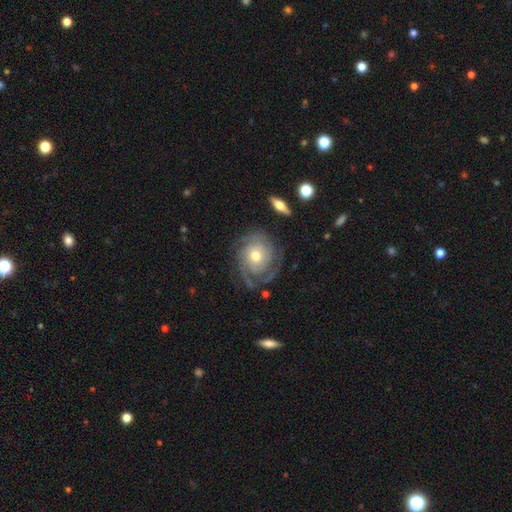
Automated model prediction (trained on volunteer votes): Q: Smooth or featured?
A: featured or disk (88%); runner-up: smooth (8%)
Q: Edge-on disk?
A: no (97%); runner-up: yes (3%)
Q: Bar?
A: no (76%); runner-up: weak (19%)
Q: Spiral arms?
A: yes (97%); runner-up: no (3%)
Q: Spiral winding?
A: tight (69%); runner-up: medium (25%)
Q: Spiral arm count?
A: 3 (31%); runner-up: 2 (29%)
Q: Bulge size?
A: moderate (70%); runner-up: small (22%)
Q: Merging?
A: none (73%); runner-up: minor disturbance (16%)